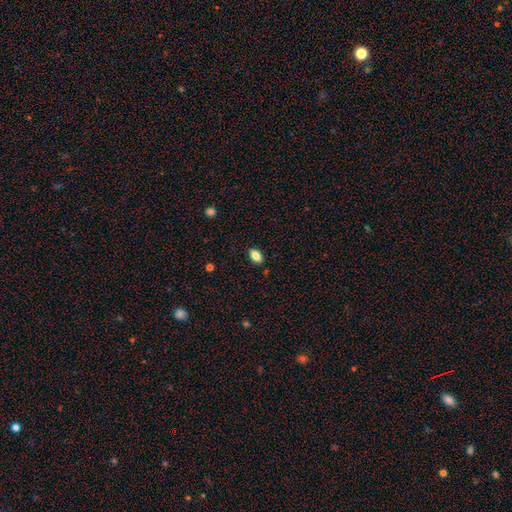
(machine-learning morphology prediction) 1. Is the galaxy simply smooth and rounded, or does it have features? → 82% smooth, 9% star or artifact, 9% featured or disk.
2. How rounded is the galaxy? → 88% in between, 9% round, 2% cigar-shaped.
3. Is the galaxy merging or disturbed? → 87% none, 10% minor disturbance, 2% major disturbance, 1% merger.